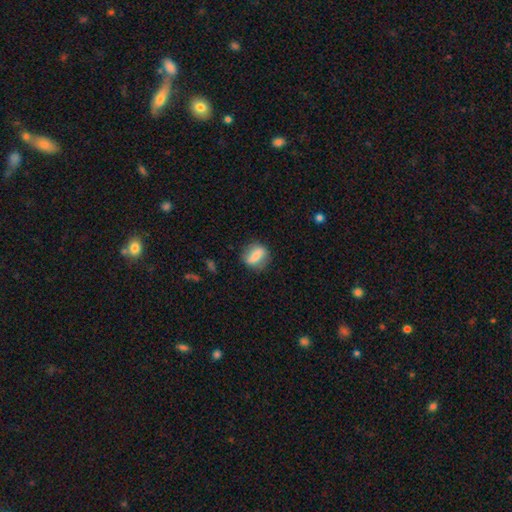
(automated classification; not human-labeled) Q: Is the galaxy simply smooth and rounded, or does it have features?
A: smooth — 61%.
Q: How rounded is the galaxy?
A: in between — 48%.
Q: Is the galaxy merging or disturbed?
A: none — 80%.